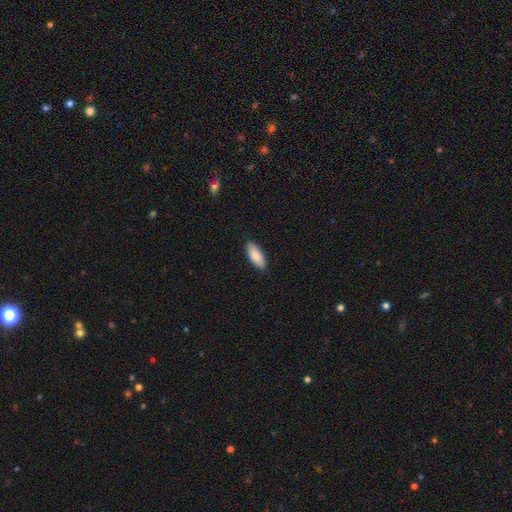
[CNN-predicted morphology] smooth_or_featured: smooth (p=0.87) [alt: featured or disk p=0.08]
how_rounded: in between (p=0.80) [alt: cigar-shaped p=0.19]
merging: none (p=0.89) [alt: minor disturbance p=0.09]